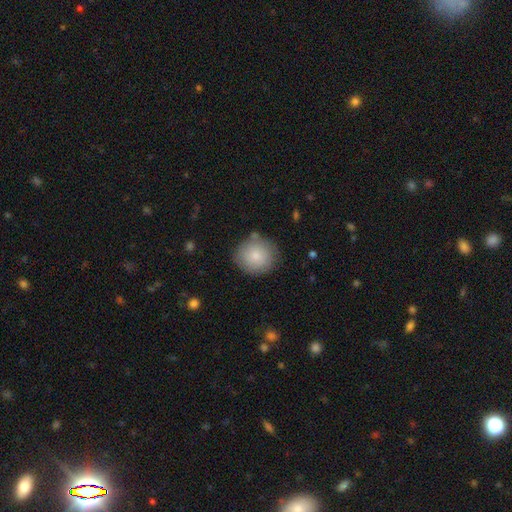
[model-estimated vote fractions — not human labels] A smooth galaxy with no disk features (84%) that is round (87%).

Vote fractions:
- Smooth or featured? smooth: 84% / featured or disk: 9% / star or artifact: 7%
- How rounded? round: 87% / in between: 12% / cigar-shaped: 1%
- Merging? none: 79% / minor disturbance: 14% / major disturbance: 4% / merger: 4%